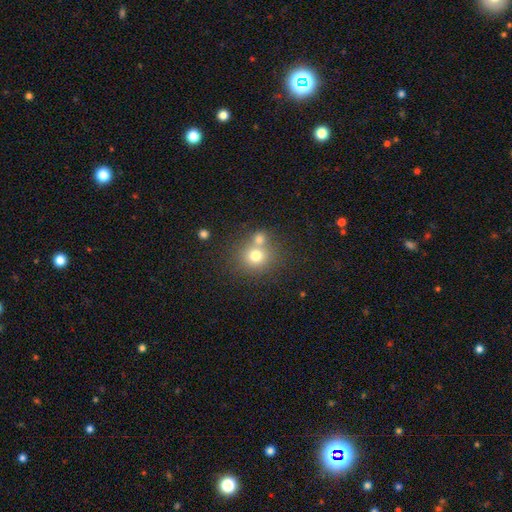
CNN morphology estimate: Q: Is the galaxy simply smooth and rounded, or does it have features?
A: smooth — 74%.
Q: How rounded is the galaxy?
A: round — 84%.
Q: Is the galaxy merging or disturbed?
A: none — 51%.